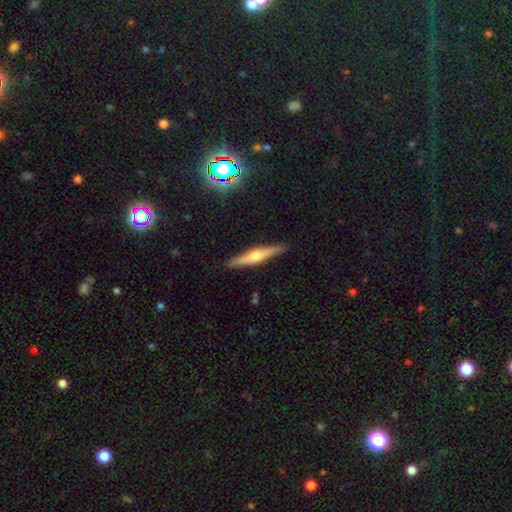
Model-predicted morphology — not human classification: A featured or disk galaxy (68%) viewed edge-on (97%) with a rounded central bulge (92%).

Vote fractions:
- Smooth or featured? featured or disk: 68% / smooth: 25% / star or artifact: 7%
- Edge-on disk? yes: 97% / no: 3%
- Edge-on bulge? rounded: 92% / boxy: 5% / none: 3%
- Merging? none: 90% / minor disturbance: 7% / major disturbance: 1% / merger: 1%